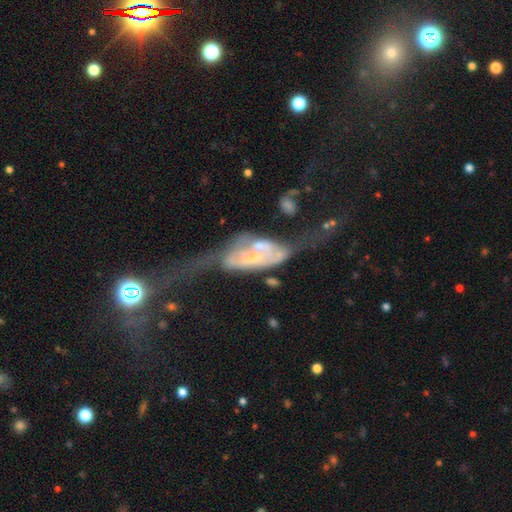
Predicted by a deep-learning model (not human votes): Morphology: type=featured or disk (70%); edge-on=no (85%); bar=no (57%); spiral arms=yes (60%); bulge=small (47%); merging=major disturbance (43%).